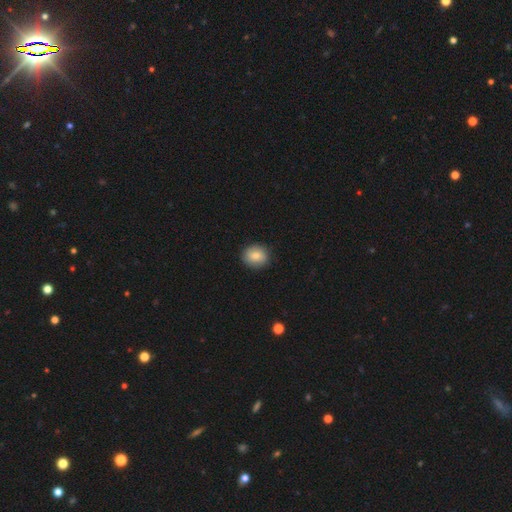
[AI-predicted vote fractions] A smooth galaxy with no disk features (81%) that is round (76%). Merging: none (88%).